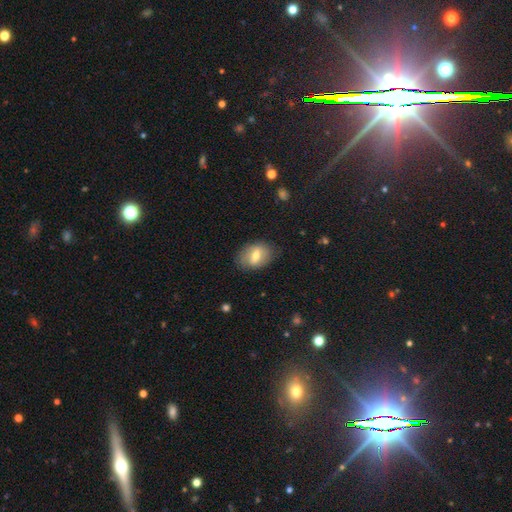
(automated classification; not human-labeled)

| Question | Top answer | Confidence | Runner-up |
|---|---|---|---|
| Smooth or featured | smooth | 55% | featured or disk (37%) |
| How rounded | in between | 77% | round (22%) |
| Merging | none | 79% | minor disturbance (15%) |